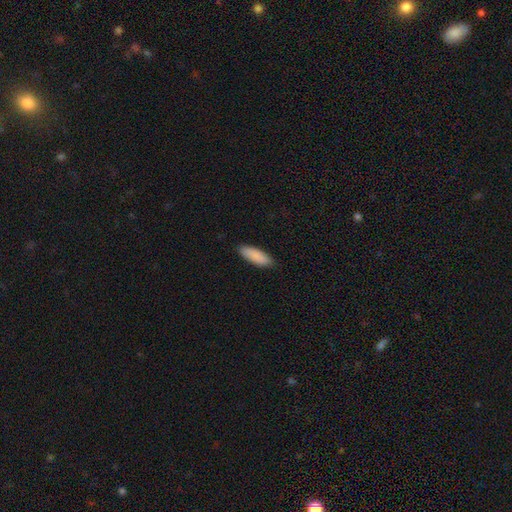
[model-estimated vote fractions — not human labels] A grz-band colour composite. It shows a smooth galaxy with no disk features (89%) that is in between round and cigar-shaped (61%). Merging: none (88%).